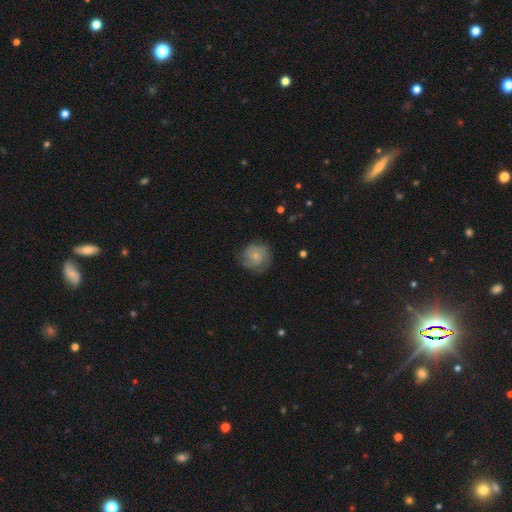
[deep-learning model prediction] Overall: featured or disk (50%; smooth 42%). Edge-on disk: no (98%). Merging: none (69%).